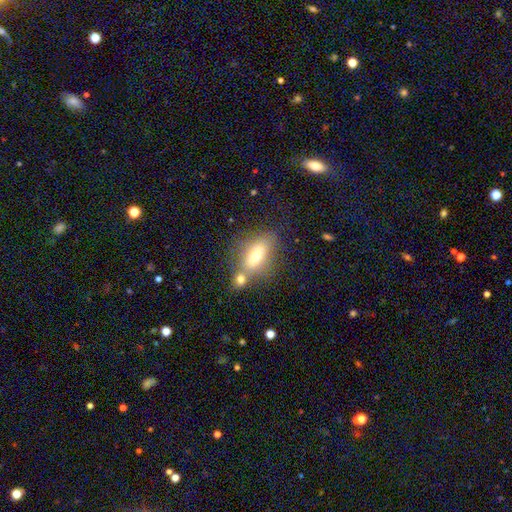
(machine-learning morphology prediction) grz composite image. It shows a smooth galaxy with no disk features (65%) that is in between round and cigar-shaped (81%). Merging: none (48%).